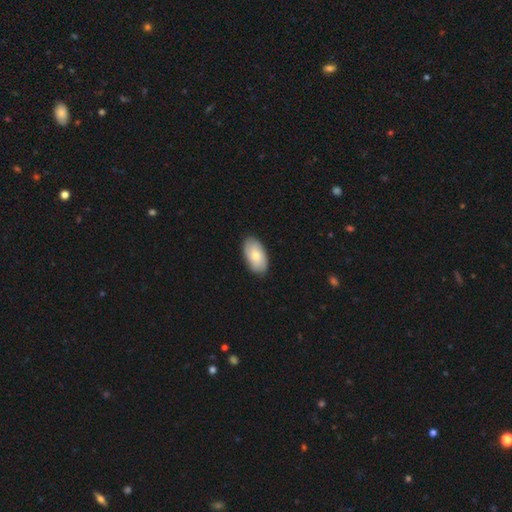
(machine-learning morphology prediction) smooth_or_featured: smooth (p=0.69) [alt: featured or disk p=0.26]
how_rounded: in between (p=0.95) [alt: round p=0.04]
merging: none (p=0.86) [alt: minor disturbance p=0.11]